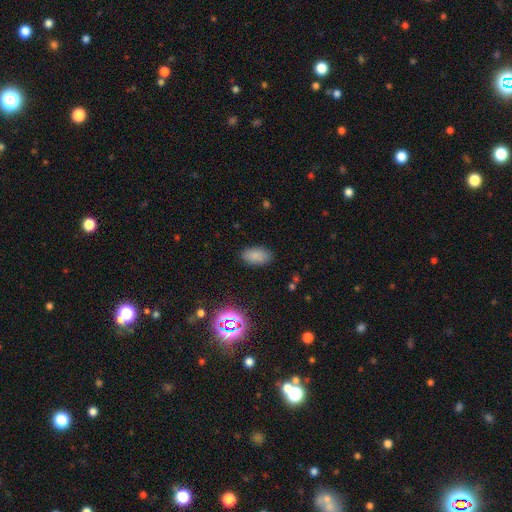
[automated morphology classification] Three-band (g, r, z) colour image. It shows a smooth galaxy with no disk features (80%) that is in between round and cigar-shaped (93%). Merging: none (85%).